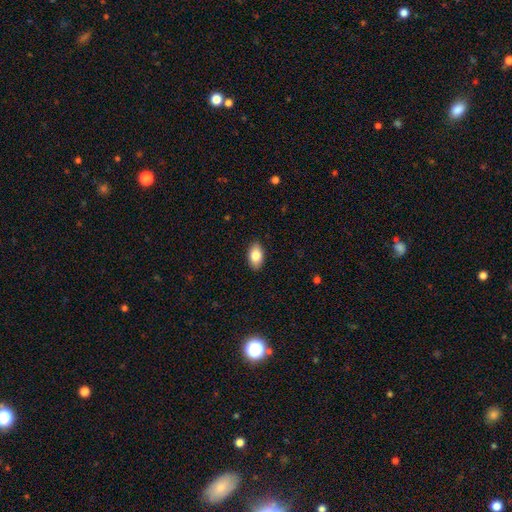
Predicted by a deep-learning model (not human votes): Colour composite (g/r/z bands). It shows a smooth galaxy with no disk features (83%) that is in between round and cigar-shaped (92%). Merging: none (89%).